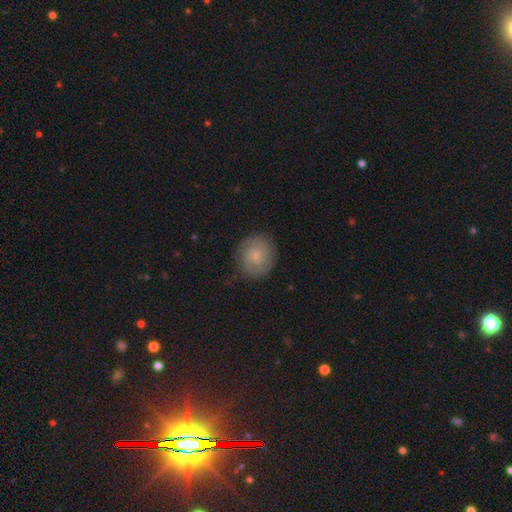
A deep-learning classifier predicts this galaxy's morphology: The model was most divided on "smooth or featured": smooth: 55%, featured or disk: 37%, star or artifact: 8%. More confident: how rounded — round (84%); merging — none (83%).